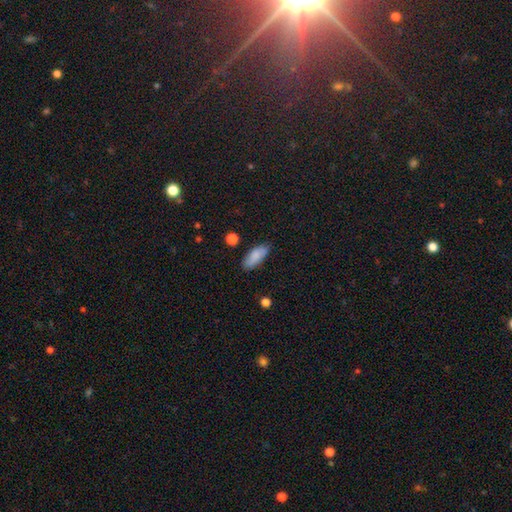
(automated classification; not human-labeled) Overall: smooth (85%). How rounded: in between (79%). Merging: none (82%).